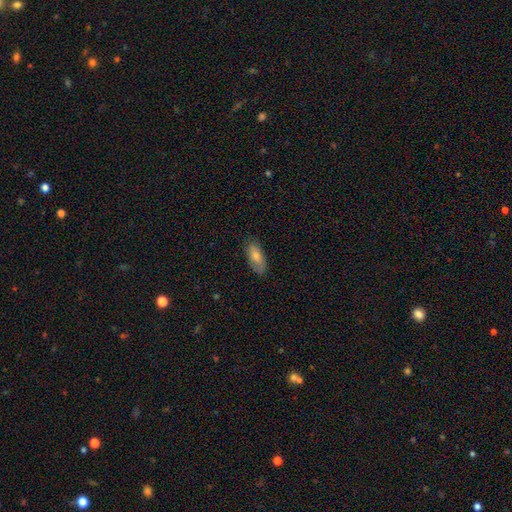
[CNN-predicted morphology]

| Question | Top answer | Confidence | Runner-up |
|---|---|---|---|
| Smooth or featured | smooth | 71% | featured or disk (21%) |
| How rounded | in between | 83% | cigar-shaped (14%) |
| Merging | none | 82% | minor disturbance (14%) |